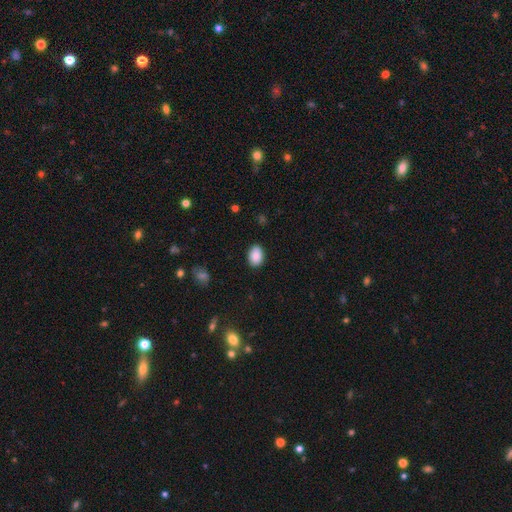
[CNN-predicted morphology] smooth 89%, star or artifact 7%, featured or disk 4%. Down the decision tree: how rounded — in between (85%); merging — none (88%).